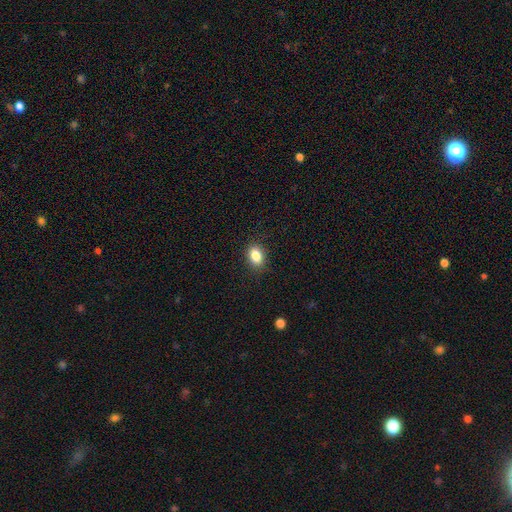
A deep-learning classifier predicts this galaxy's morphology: Q: Smooth or featured?
A: smooth (85%); runner-up: star or artifact (9%)
Q: How rounded?
A: in between (78%); runner-up: round (21%)
Q: Merging?
A: none (88%); runner-up: minor disturbance (8%)